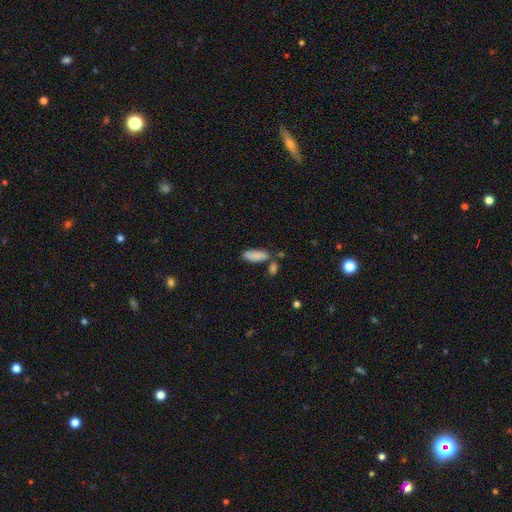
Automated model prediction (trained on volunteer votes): Smooth or featured: smooth — 86% (star or artifact — 7%)
How rounded: in between — 76% (cigar-shaped — 21%)
Merging: none — 60% (merger — 18%)